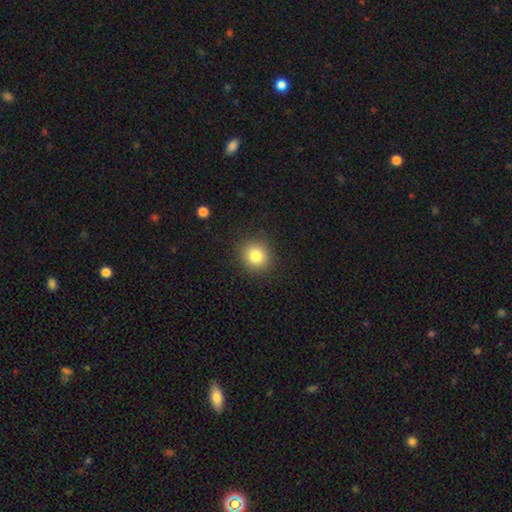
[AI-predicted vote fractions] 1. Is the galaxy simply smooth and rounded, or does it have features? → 82% smooth, 11% star or artifact, 7% featured or disk.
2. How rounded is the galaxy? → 87% round, 12% in between, 1% cigar-shaped.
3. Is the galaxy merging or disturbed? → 90% none, 7% minor disturbance, 2% major disturbance, 1% merger.